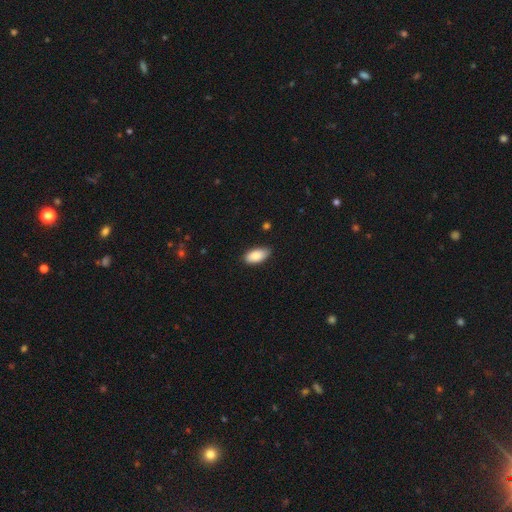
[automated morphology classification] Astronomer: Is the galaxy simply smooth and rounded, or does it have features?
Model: smooth — 86%.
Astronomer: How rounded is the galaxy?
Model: in between — 94%.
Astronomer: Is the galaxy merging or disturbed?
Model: none — 80%.